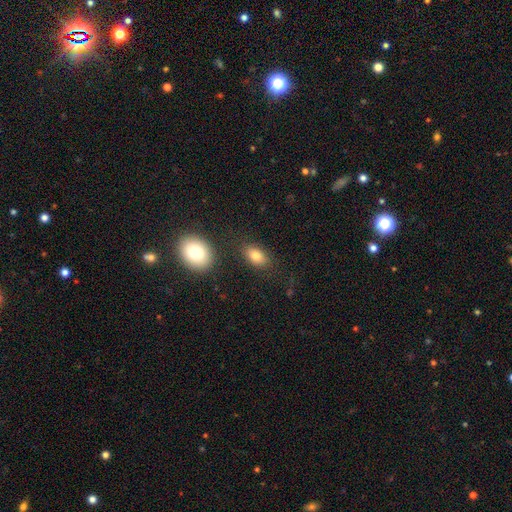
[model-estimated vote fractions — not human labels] Smooth or featured?
  - smooth: 81% *
  - featured or disk: 10%
  - star or artifact: 9%
How rounded?
  - in between: 85% *
  - round: 13%
  - cigar-shaped: 2%
Merging?
  - none: 78% *
  - minor disturbance: 12%
  - merger: 6%
  - major disturbance: 4%